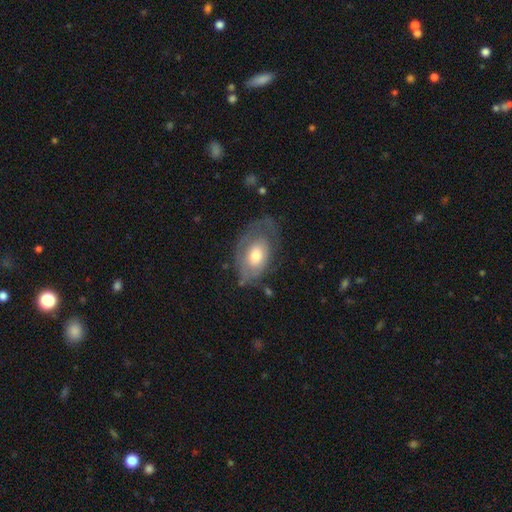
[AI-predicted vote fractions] Morphology: type=featured or disk (50%); edge-on=no (92%); merging=none (46%).